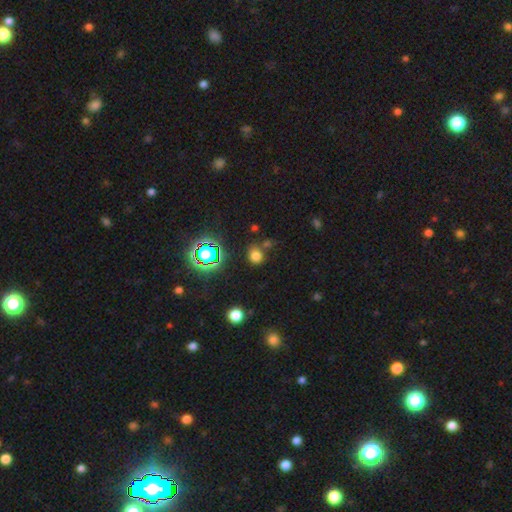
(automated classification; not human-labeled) smooth 68%, star or artifact 26%, featured or disk 6%. Down the decision tree: how rounded — round (75%); merging — none (74%).